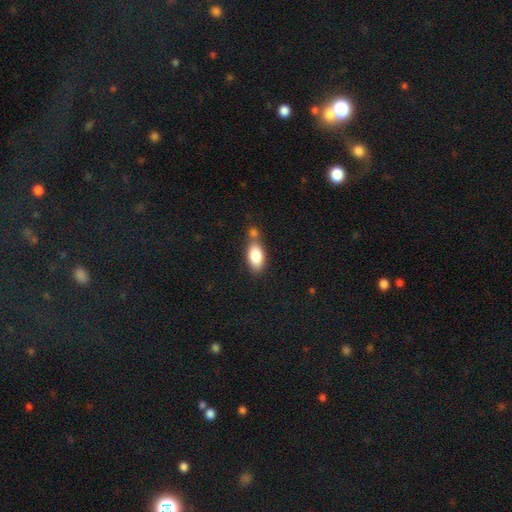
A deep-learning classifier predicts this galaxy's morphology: Smooth or featured? Predicted: smooth (p=0.82). How rounded? Predicted: in between (p=0.89). Merging? Predicted: none (p=0.52).